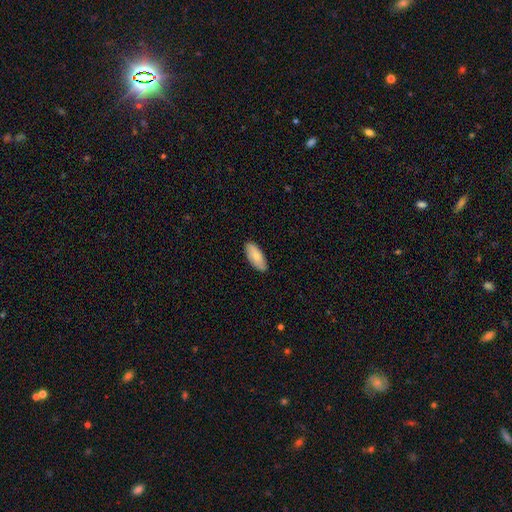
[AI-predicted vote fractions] Smooth or featured? smooth (80%)
How rounded? in between (84%)
Merging? none (86%)